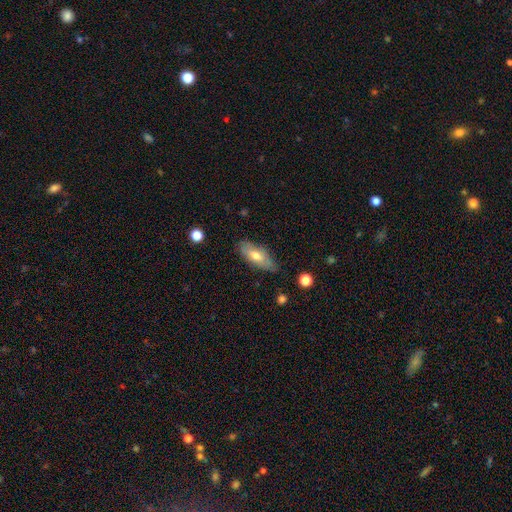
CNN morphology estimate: Q: Smooth or featured?
A: smooth (62%); runner-up: featured or disk (32%)
Q: How rounded?
A: in between (78%); runner-up: cigar-shaped (19%)
Q: Merging?
A: none (75%); runner-up: minor disturbance (19%)